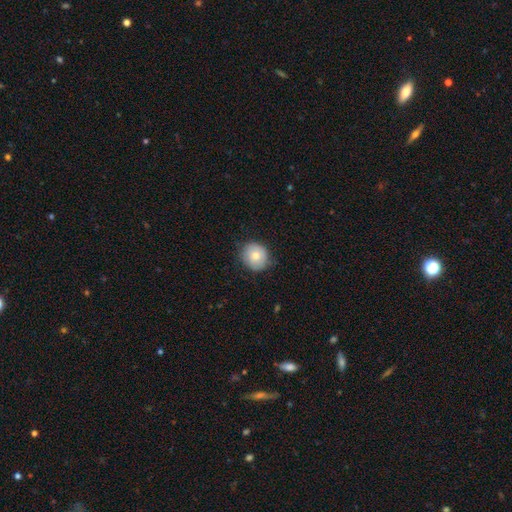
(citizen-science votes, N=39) Smooth or featured: smooth — 72% (featured or disk — 21%)
How rounded: round — 86% (in between — 14%)
Merging: none — 89% (minor disturbance — 11%)